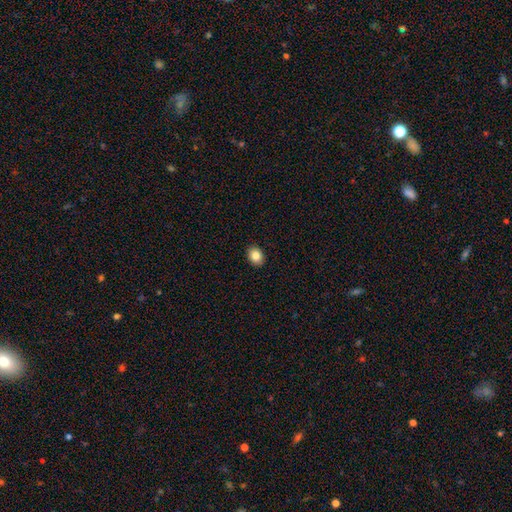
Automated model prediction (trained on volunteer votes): Smooth or featured? smooth (84%)
How rounded? in between (61%)
Merging? none (91%)